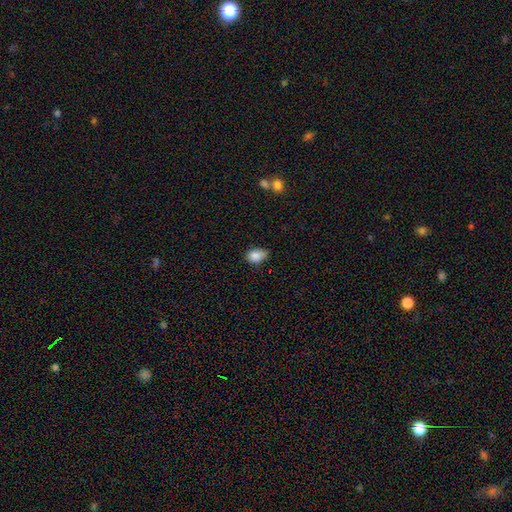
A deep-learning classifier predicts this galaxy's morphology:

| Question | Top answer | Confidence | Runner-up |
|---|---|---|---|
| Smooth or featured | smooth | 86% | star or artifact (9%) |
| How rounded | in between | 71% | round (28%) |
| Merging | none | 52% | minor disturbance (39%) |